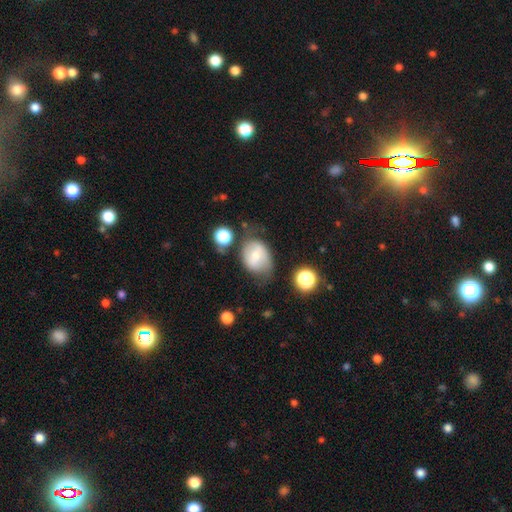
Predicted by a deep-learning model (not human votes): Overall: smooth (53%; featured or disk 38%). How rounded: in between (57%; round 42%). Merging: none (54%; minor disturbance 27%).